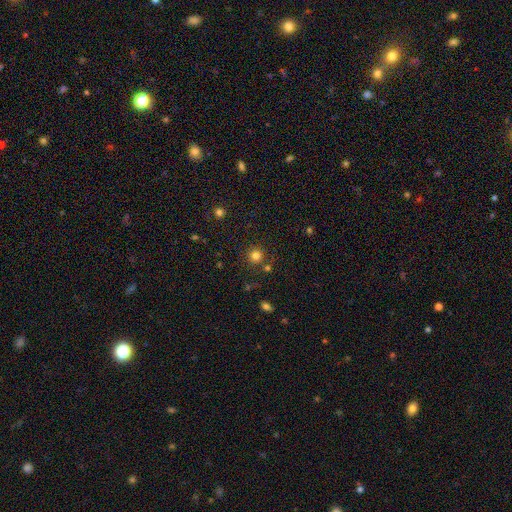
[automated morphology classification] A smooth galaxy with no disk features (79%) that is round (94%).

Vote fractions:
- Smooth or featured? smooth: 79% / star or artifact: 15% / featured or disk: 6%
- How rounded? round: 94% / in between: 5% / cigar-shaped: 1%
- Merging? none: 82% / minor disturbance: 8% / merger: 7% / major disturbance: 3%